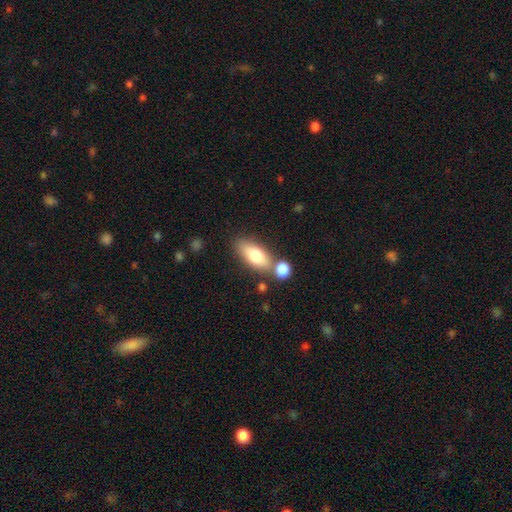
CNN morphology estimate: Overall: smooth (76%). How rounded: in between (81%). Merging: none (61%; merger 23%).